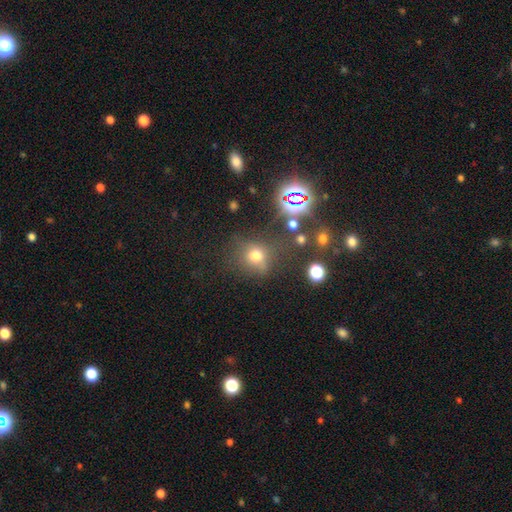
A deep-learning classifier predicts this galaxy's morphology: This appears to be a smooth galaxy with no disk features (65%) that is round (83%). Merging: none (67%).